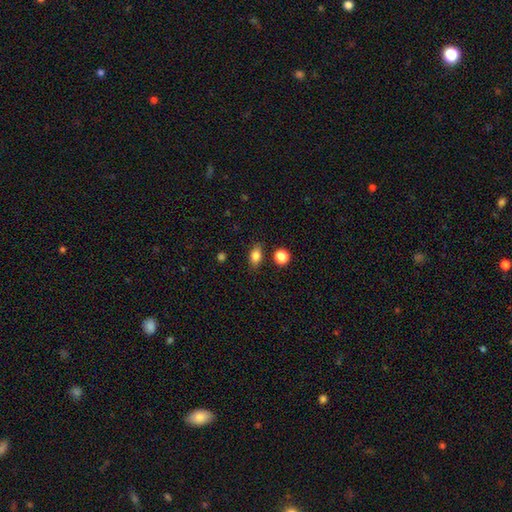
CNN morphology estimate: Smooth or featured? smooth (83%)
How rounded? in between (77%)
Merging? none (81%)